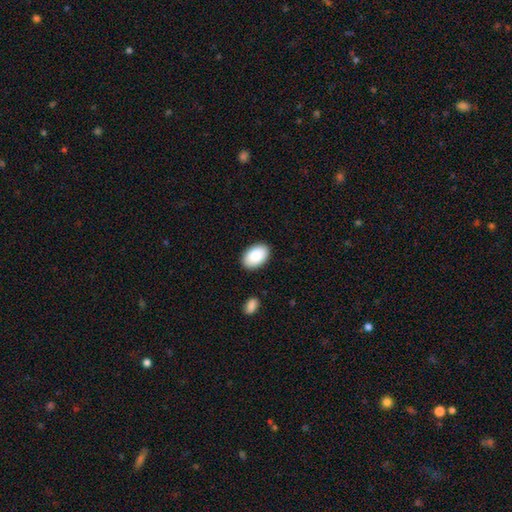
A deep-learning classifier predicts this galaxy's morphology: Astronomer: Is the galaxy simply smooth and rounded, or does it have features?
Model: smooth — 90%.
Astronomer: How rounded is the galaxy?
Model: in between — 93%.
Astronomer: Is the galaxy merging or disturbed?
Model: none — 88%.